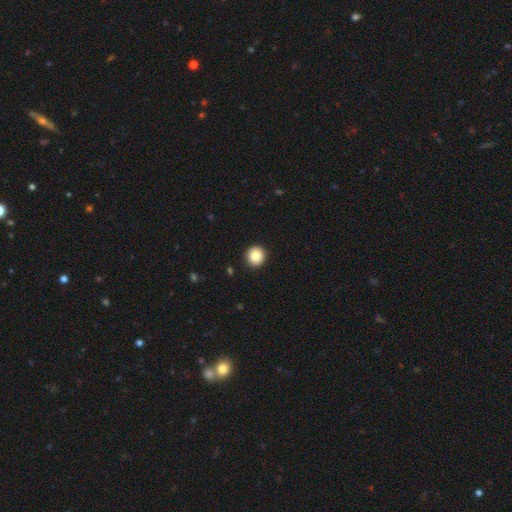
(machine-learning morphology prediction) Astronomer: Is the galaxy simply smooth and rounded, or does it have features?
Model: smooth — 83%.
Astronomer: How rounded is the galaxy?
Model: round — 94%.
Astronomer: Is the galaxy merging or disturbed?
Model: none — 93%.